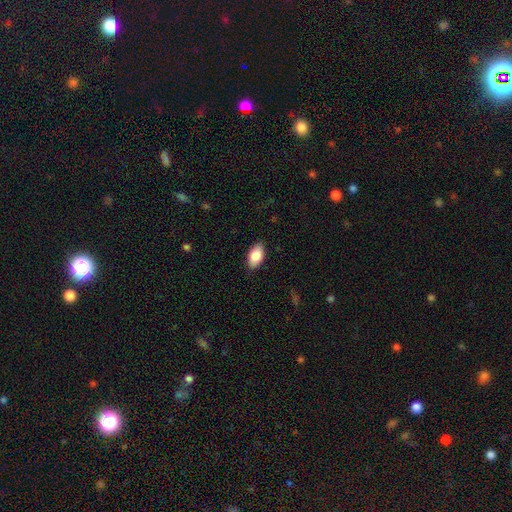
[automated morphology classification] smooth-or-featured: smooth: 85% | featured or disk: 9% | star or artifact: 7%
  how-rounded: in between: 94% | round: 4% | cigar-shaped: 2%
  merging: none: 87% | minor disturbance: 10% | major disturbance: 2% | merger: 1%